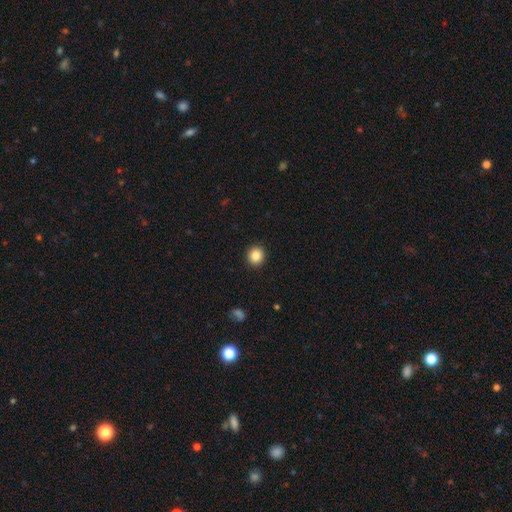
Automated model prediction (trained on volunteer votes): A smooth galaxy with no disk features (86%) that is round (89%). Merging: none (92%).